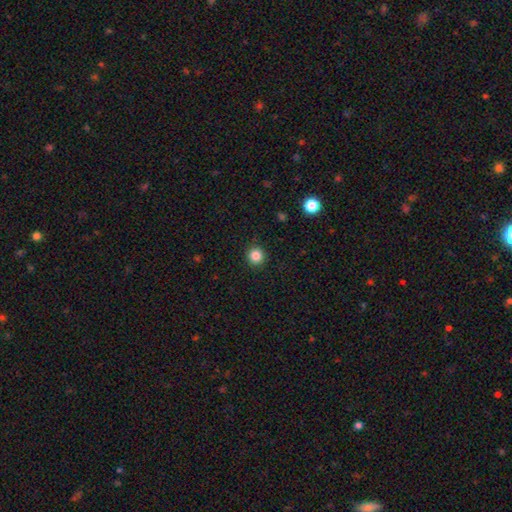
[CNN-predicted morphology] Overall: smooth (85%). How rounded: round (93%). Merging: none (91%).